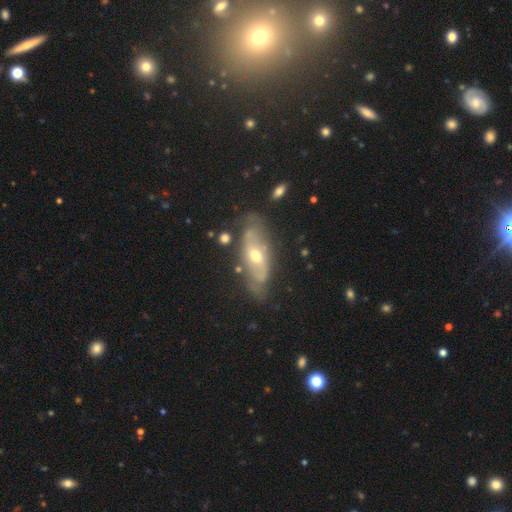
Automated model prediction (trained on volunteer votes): smooth-or-featured: featured or disk: 69% | smooth: 21% | star or artifact: 10%
  disk-edge-on: no: 73% | yes: 27%
  merging: none: 73% | minor disturbance: 17% | major disturbance: 6% | merger: 3%